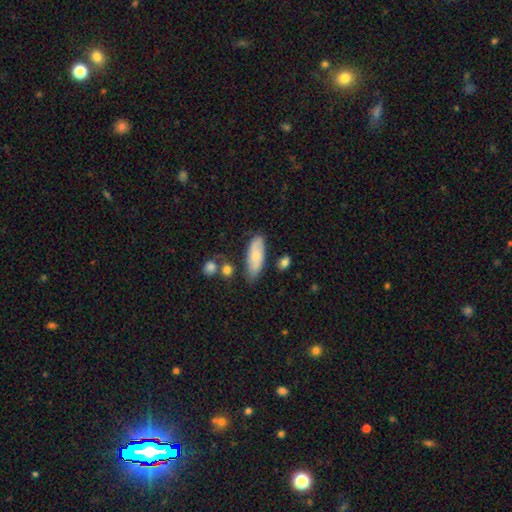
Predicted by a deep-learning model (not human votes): A smooth galaxy with no disk features (66%) that is in between round and cigar-shaped (77%). Merging: none (70%).